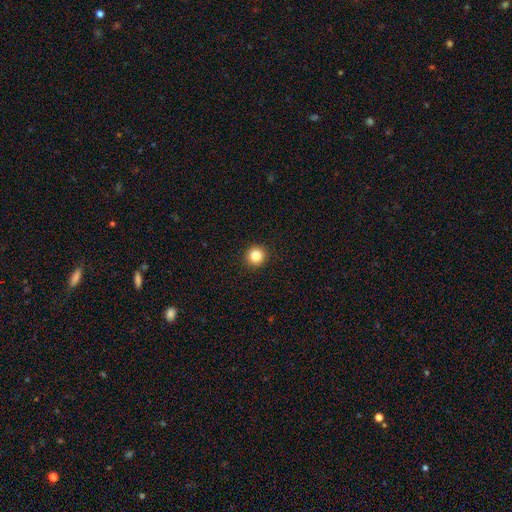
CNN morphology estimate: A smooth galaxy with no disk features (86%) that is round (95%). Merging: none (93%).